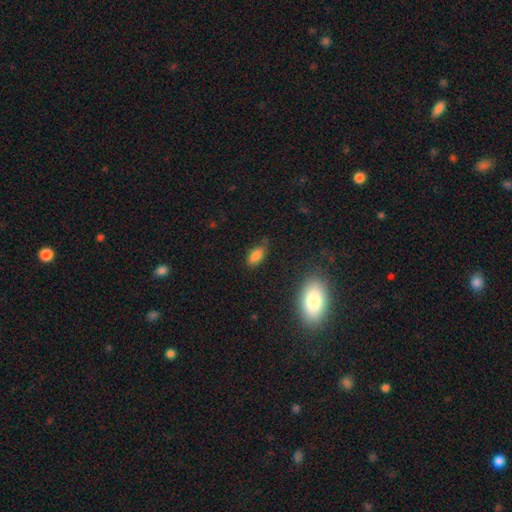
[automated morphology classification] The model was most divided on "merging": none: 75%, minor disturbance: 19%, major disturbance: 4%, merger: 3%. More confident: how rounded — in between (90%); smooth or featured — smooth (81%).